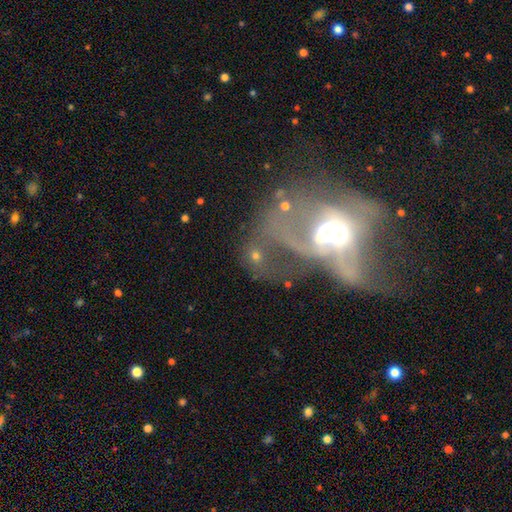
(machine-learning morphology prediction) This is marginally a featured or disk galaxy (39%, tied with smooth). Merging: marginally none (39%).